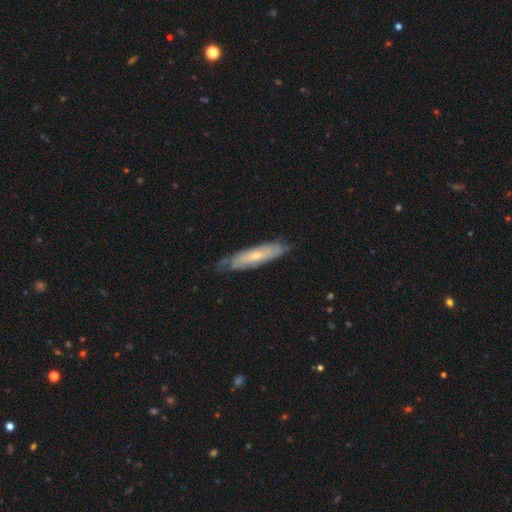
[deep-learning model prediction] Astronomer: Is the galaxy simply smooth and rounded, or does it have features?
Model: featured or disk — 57% (runner-up: smooth, 37%).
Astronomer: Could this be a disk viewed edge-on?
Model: no — 63%.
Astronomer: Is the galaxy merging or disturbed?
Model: none — 66%.